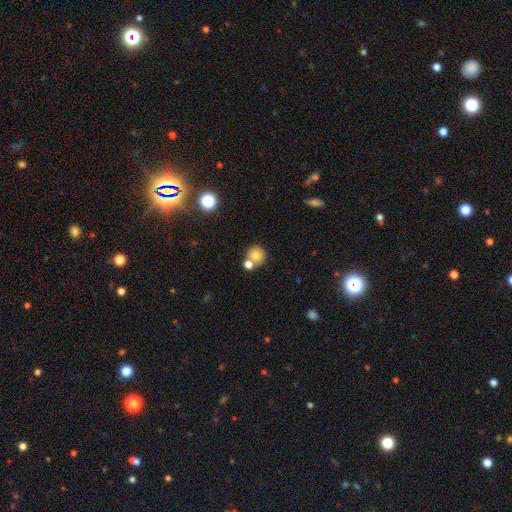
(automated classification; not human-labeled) Smooth or featured?
  - smooth: 76% *
  - featured or disk: 12%
  - star or artifact: 12%
How rounded?
  - round: 87% *
  - in between: 12%
  - cigar-shaped: 1%
Merging?
  - none: 53% *
  - merger: 35%
  - minor disturbance: 9%
  - major disturbance: 3%